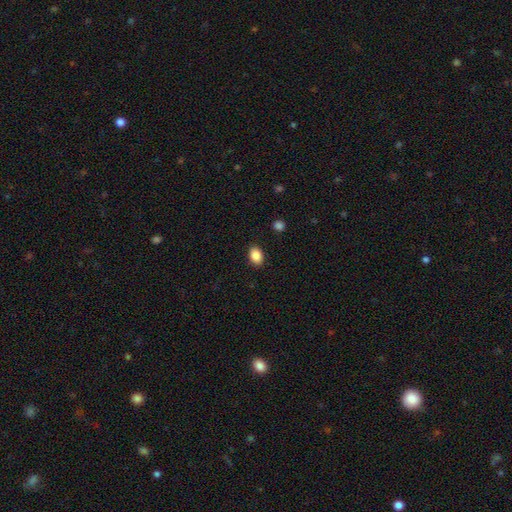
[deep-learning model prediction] Smooth or featured?
  - smooth: 87% *
  - star or artifact: 8%
  - featured or disk: 4%
How rounded?
  - in between: 83% *
  - round: 16%
  - cigar-shaped: 1%
Merging?
  - none: 89% *
  - minor disturbance: 8%
  - major disturbance: 2%
  - merger: 1%